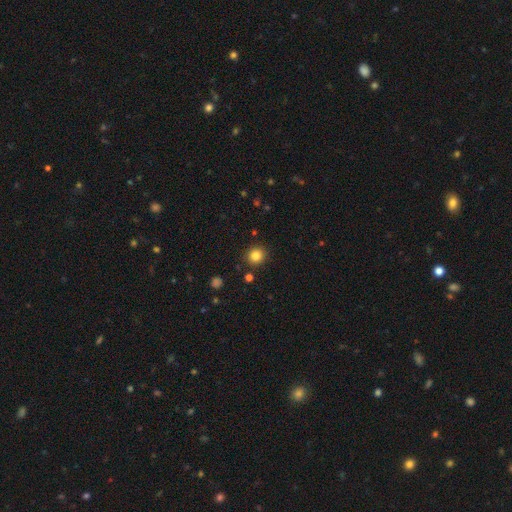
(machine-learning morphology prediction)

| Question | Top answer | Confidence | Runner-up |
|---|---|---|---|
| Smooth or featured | smooth | 84% | star or artifact (12%) |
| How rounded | round | 89% | in between (10%) |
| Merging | none | 90% | minor disturbance (6%) |